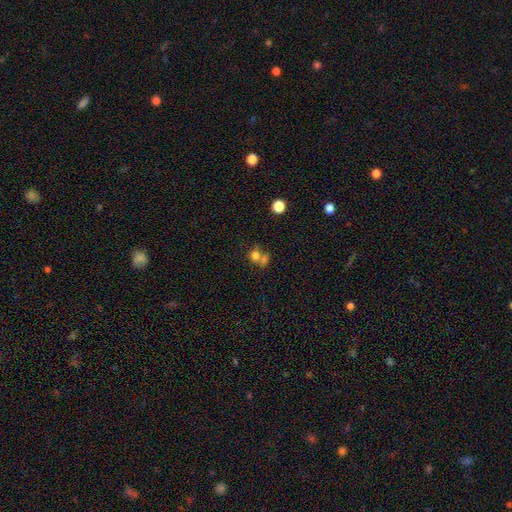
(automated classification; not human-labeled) Smooth or featured?
  - smooth: 73% *
  - star or artifact: 14%
  - featured or disk: 13%
How rounded?
  - round: 77% *
  - in between: 22%
  - cigar-shaped: 1%
Merging?
  - merger: 55% *
  - none: 33%
  - minor disturbance: 7%
  - major disturbance: 5%